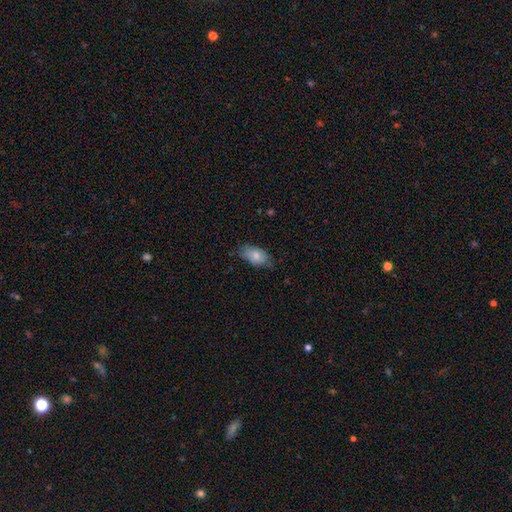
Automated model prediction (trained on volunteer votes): This appears to be a smooth galaxy with no disk features (79%) that is in between round and cigar-shaped (92%). Merging: none (66%).